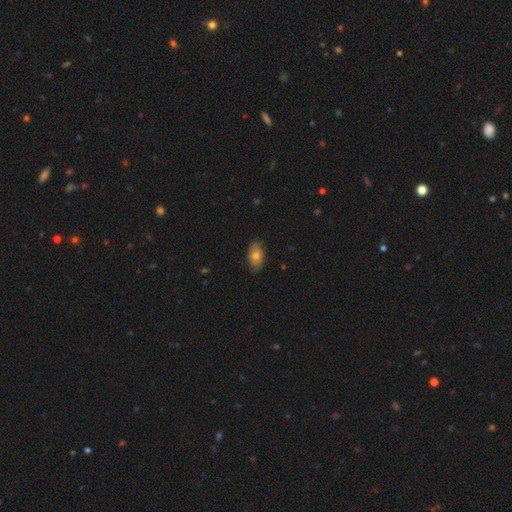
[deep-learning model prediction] Smooth or featured?
  - smooth: 71% *
  - featured or disk: 22%
  - star or artifact: 8%
How rounded?
  - in between: 92% *
  - round: 6%
  - cigar-shaped: 3%
Merging?
  - none: 82% *
  - minor disturbance: 14%
  - major disturbance: 2%
  - merger: 1%